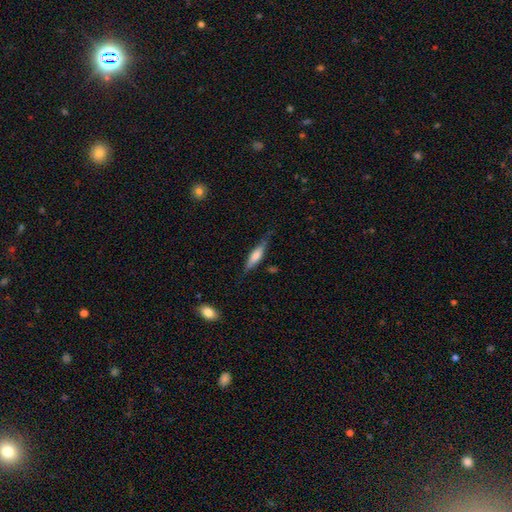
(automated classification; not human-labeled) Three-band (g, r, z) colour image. It shows a smooth galaxy with no disk features (61%) that is cigar-shaped (68%). Merging: none (67%).